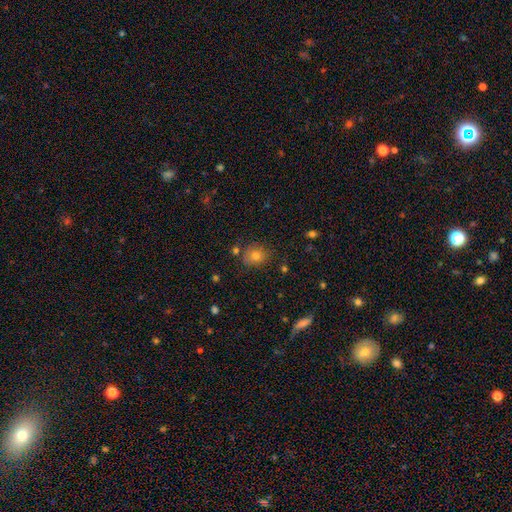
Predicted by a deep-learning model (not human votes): This is likely a smooth galaxy (68%). How rounded: likely round (68%). Merging: likely none (74%).